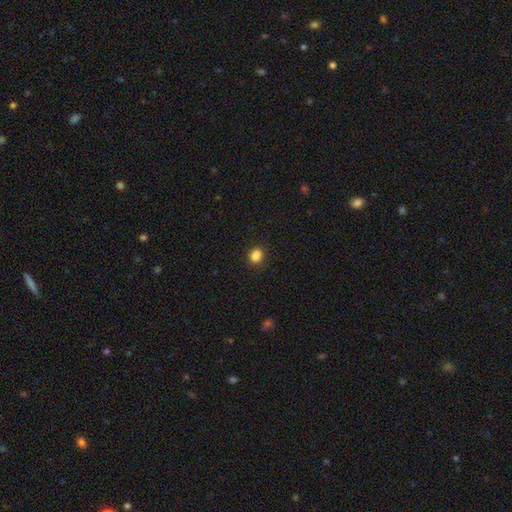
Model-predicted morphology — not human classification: Smooth or featured? Predicted: smooth (p=0.84). How rounded? Predicted: round (p=0.55). Merging? Predicted: none (p=0.77).